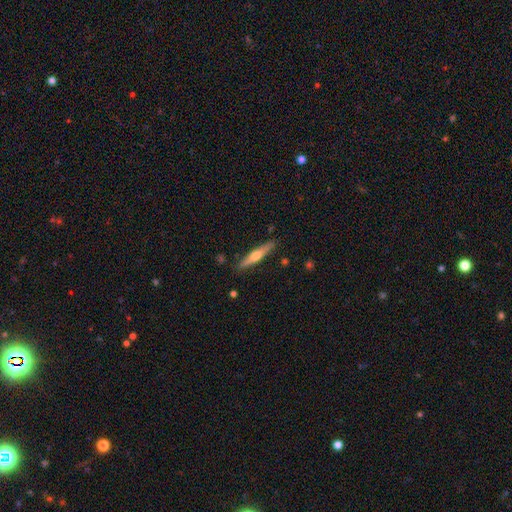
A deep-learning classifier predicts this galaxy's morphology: This is possibly a featured or disk galaxy (56%). It is clearly viewed edge-on (96%). Edge-on bulge: clearly rounded (89%). Merging: clearly none (88%).